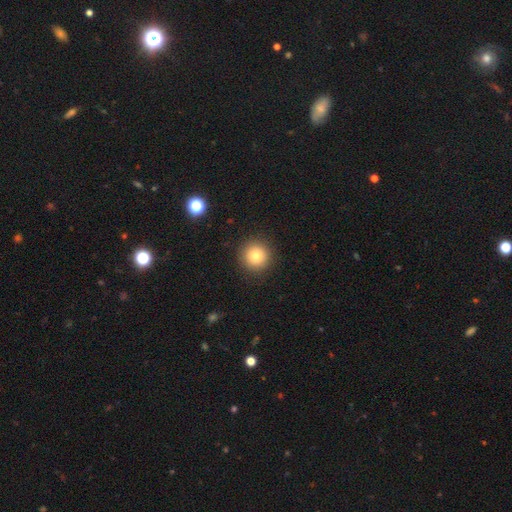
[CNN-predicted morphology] type=smooth (82%); roundness=round (95%); merging=none (91%).